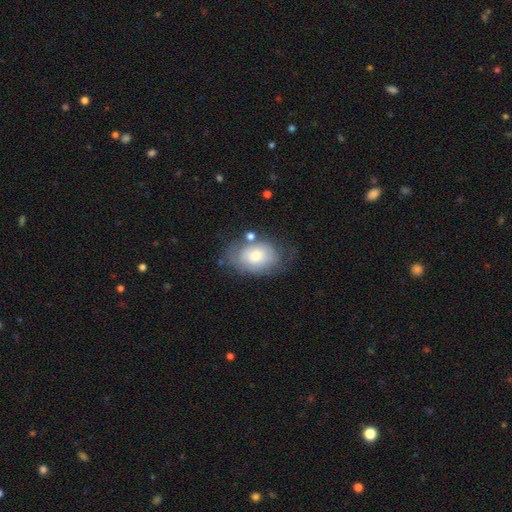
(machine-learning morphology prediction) Smooth or featured?
  - smooth: 55% *
  - featured or disk: 37%
  - star or artifact: 8%
How rounded?
  - in between: 82% *
  - round: 17%
  - cigar-shaped: 1%
Merging?
  - none: 55% *
  - minor disturbance: 26%
  - major disturbance: 13%
  - merger: 6%